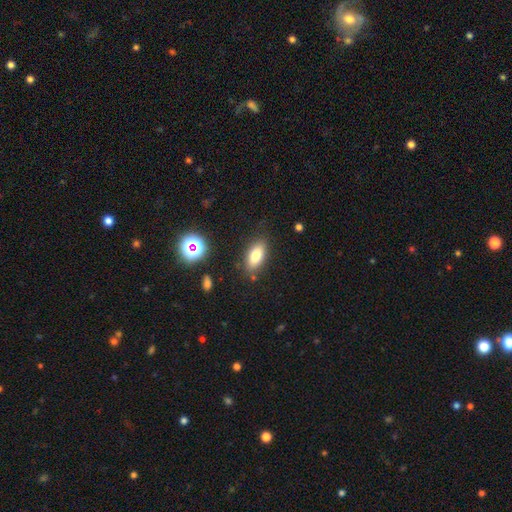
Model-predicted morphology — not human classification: type=smooth (77%); roundness=in between (84%); merging=none (82%).